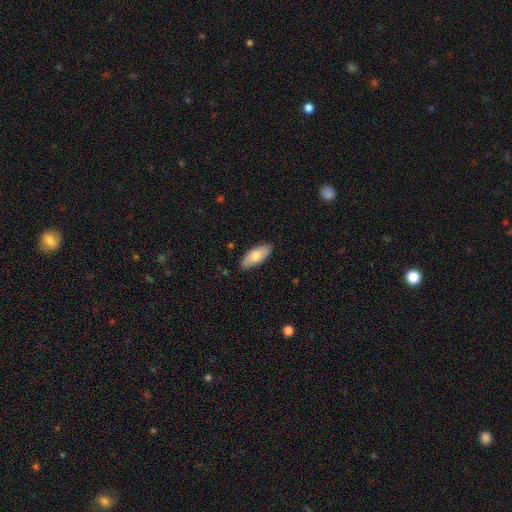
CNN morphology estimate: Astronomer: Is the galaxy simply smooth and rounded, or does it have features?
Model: smooth — 72%.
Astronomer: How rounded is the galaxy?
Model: in between — 87%.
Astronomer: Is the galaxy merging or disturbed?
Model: none — 86%.